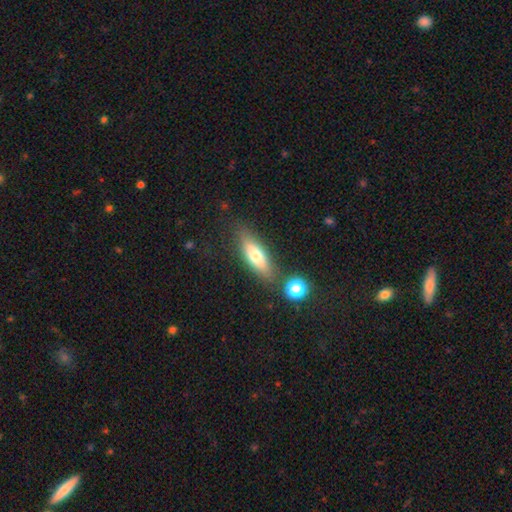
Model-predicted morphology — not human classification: A smooth galaxy with no disk features (65%) that is in between round and cigar-shaped (52%).

Vote fractions:
- Smooth or featured? smooth: 65% / featured or disk: 28% / star or artifact: 8%
- How rounded? in between: 52% / cigar-shaped: 44% / round: 3%
- Merging? none: 75% / minor disturbance: 14% / merger: 7% / major disturbance: 4%